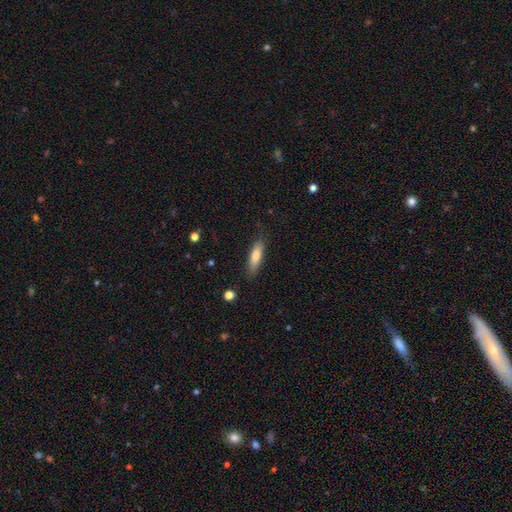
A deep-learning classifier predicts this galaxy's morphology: This is likely a smooth galaxy (76%). How rounded: possibly cigar-shaped (59%). Merging: clearly none (81%).